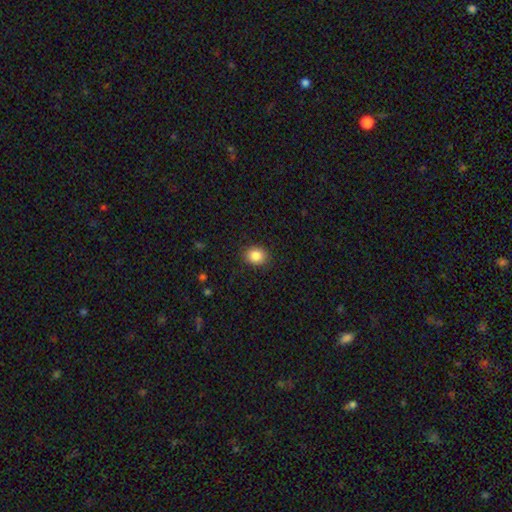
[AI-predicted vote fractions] Morphology: type=smooth (87%); roundness=round (53%); merging=none (89%).